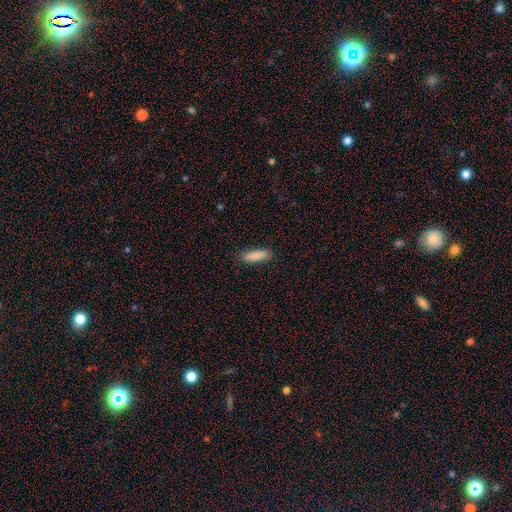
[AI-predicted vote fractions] smooth_or_featured: smooth (p=0.88) [alt: star or artifact p=0.06]
how_rounded: cigar-shaped (p=0.59) [alt: in between p=0.39]
merging: none (p=0.88) [alt: minor disturbance p=0.09]